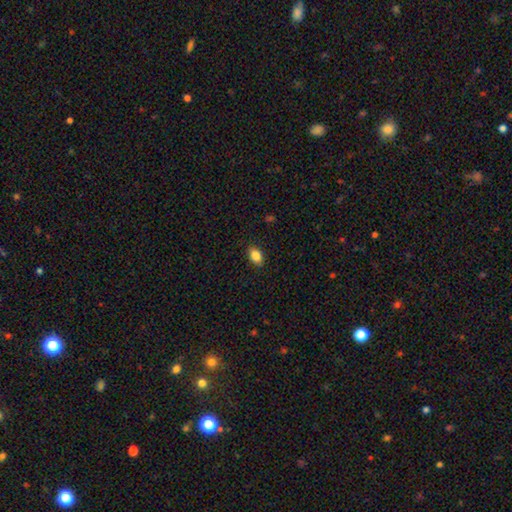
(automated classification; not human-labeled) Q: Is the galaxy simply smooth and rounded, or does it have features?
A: smooth — 86%.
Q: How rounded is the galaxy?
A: in between — 85%.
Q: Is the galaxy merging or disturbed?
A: none — 89%.